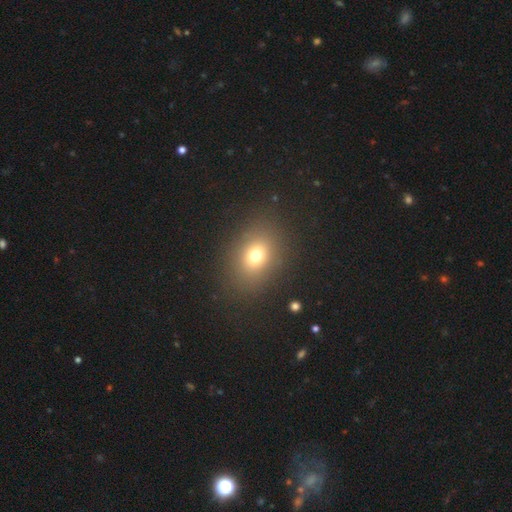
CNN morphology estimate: Smooth or featured? Predicted: smooth (p=0.71). How rounded? Predicted: in between (p=0.53). Merging? Predicted: none (p=0.85).